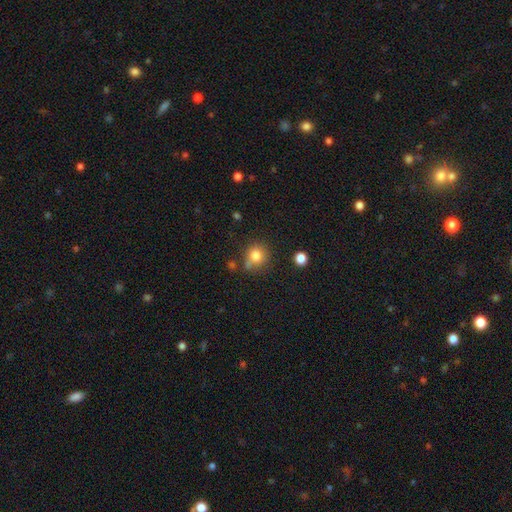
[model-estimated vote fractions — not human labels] smooth_or_featured: smooth (p=0.80) [alt: star or artifact p=0.12]
how_rounded: round (p=0.85) [alt: in between p=0.14]
merging: none (p=0.62) [alt: minor disturbance p=0.20]